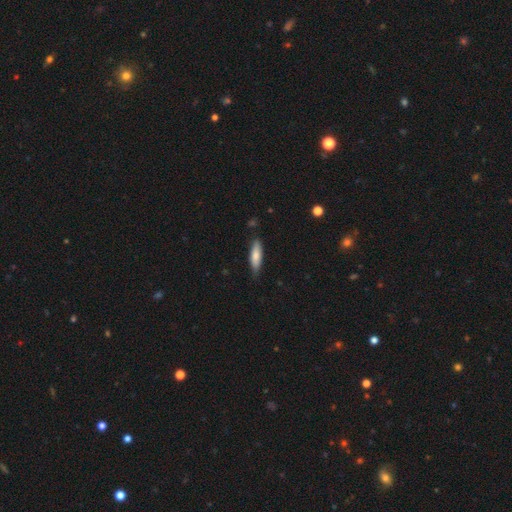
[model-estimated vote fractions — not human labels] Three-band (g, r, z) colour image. It shows a smooth galaxy with no disk features (75%) that is cigar-shaped (62%). Merging: none (81%).